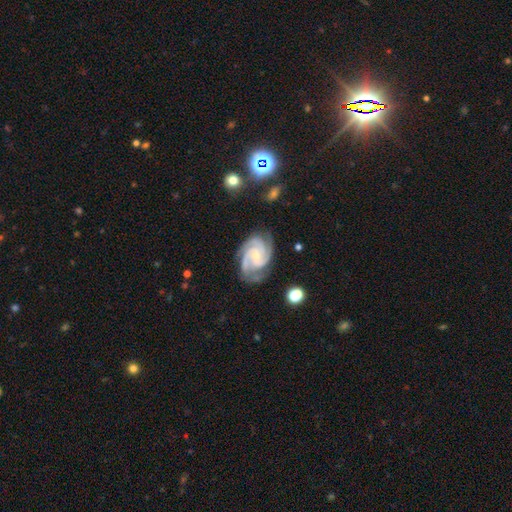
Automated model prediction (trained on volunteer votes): Smooth or featured: featured or disk — 93% (star or artifact — 4%)
Edge-on disk: no — 98% (yes — 2%)
Bar: no — 52% (weak — 37%)
Spiral arms: yes — 99% (no — 1%)
Spiral winding: tight — 60% (medium — 36%)
Spiral arm count: 3 — 60% (4 — 16%)
Bulge size: small — 68% (moderate — 28%)
Merging: none — 76% (minor disturbance — 18%)